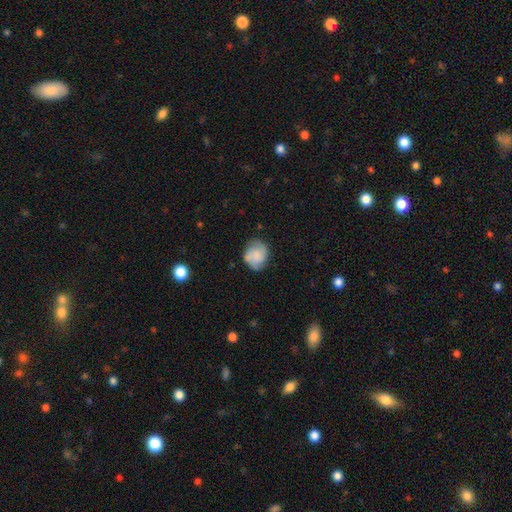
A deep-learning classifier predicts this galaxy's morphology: smooth-or-featured: smooth: 59% | featured or disk: 33% | star or artifact: 8%
  how-rounded: round: 62% | in between: 37% | cigar-shaped: 1%
  merging: none: 66% | minor disturbance: 24% | major disturbance: 7% | merger: 3%